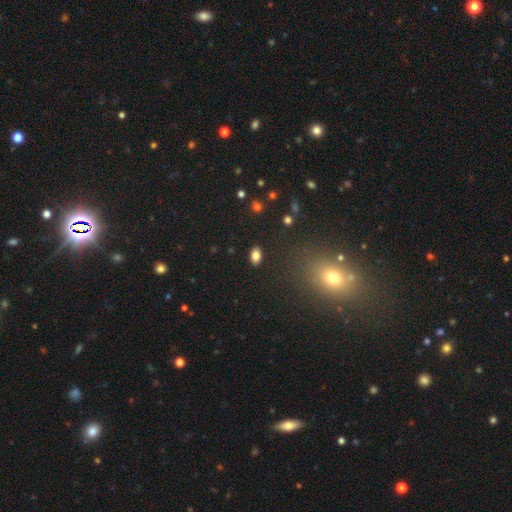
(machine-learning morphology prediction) This is clearly a smooth galaxy (83%). How rounded: clearly in between (88%). Merging: clearly none (89%).